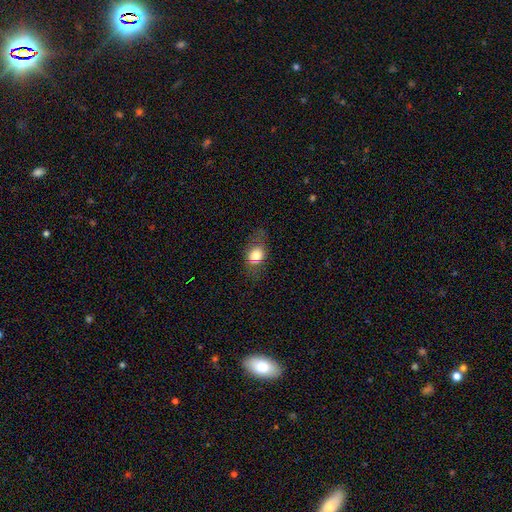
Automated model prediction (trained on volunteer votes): smooth_or_featured: smooth (p=0.70) [alt: featured or disk p=0.20]
how_rounded: in between (p=0.62) [alt: round p=0.34]
merging: none (p=0.69) [alt: minor disturbance p=0.19]